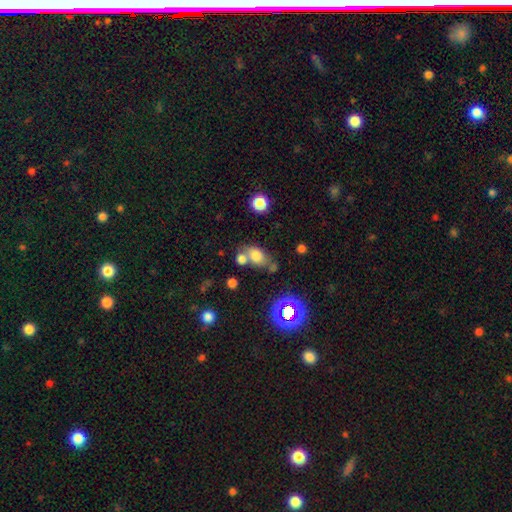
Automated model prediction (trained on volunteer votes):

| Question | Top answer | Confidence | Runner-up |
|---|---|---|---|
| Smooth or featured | smooth | 73% | star or artifact (15%) |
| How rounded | in between | 73% | round (24%) |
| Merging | none | 43% | merger (36%) |